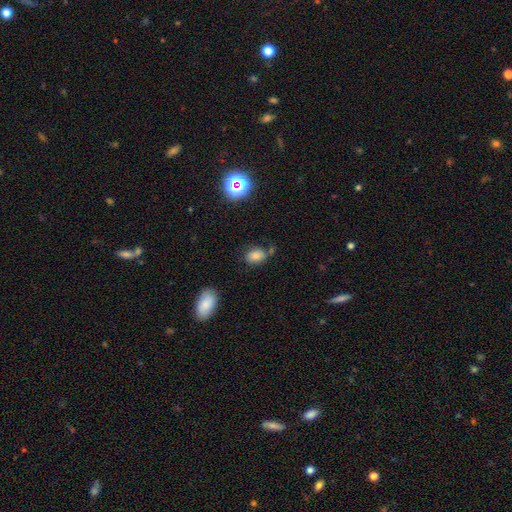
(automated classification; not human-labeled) A smooth galaxy with no disk features (77%) that is in between round and cigar-shaped (79%). Merging: none (66%).